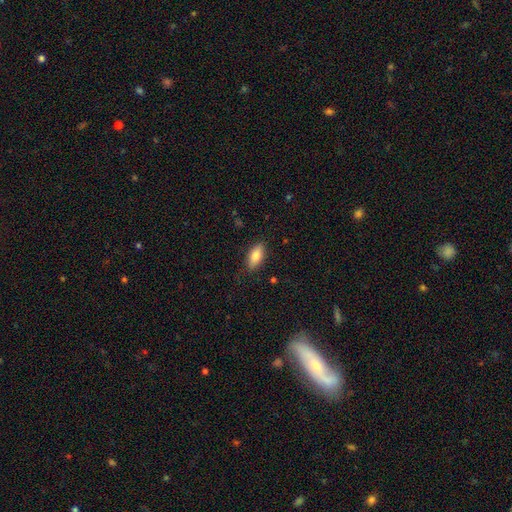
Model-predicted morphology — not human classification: smooth-or-featured: smooth: 79% | featured or disk: 14% | star or artifact: 7%
  how-rounded: in between: 85% | cigar-shaped: 13% | round: 3%
  merging: none: 84% | minor disturbance: 12% | major disturbance: 3% | merger: 1%